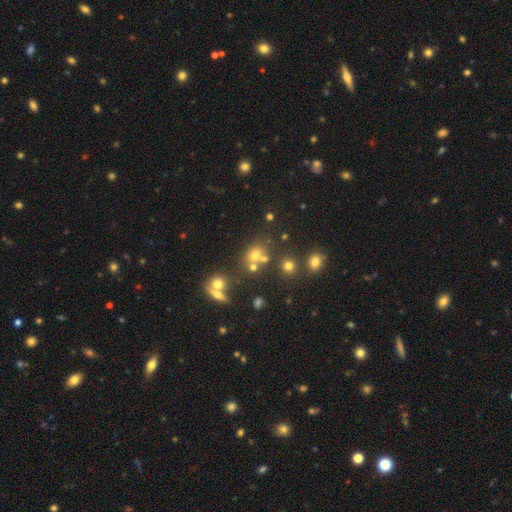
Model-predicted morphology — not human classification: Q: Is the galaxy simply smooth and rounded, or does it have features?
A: smooth — 60%.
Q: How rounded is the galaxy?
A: round — 65%.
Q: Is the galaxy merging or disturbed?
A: none — 55%.